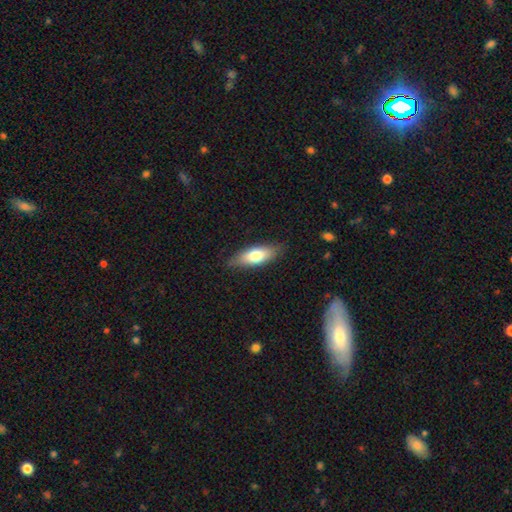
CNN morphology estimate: Smooth or featured: smooth — 71% (featured or disk — 23%)
How rounded: in between — 73% (cigar-shaped — 25%)
Merging: none — 82% (minor disturbance — 14%)